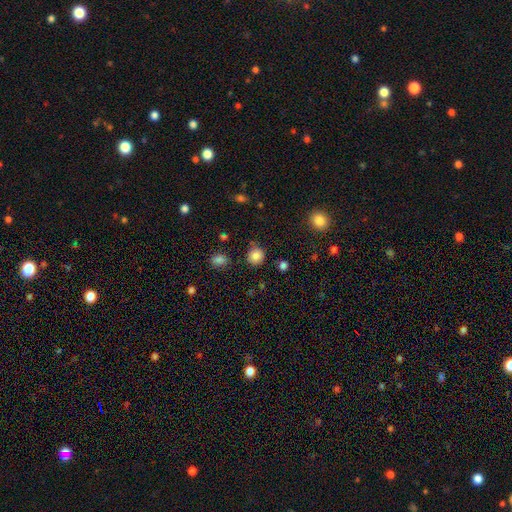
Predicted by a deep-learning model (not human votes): Morphology: type=smooth (85%); roundness=round (90%); merging=none (82%).